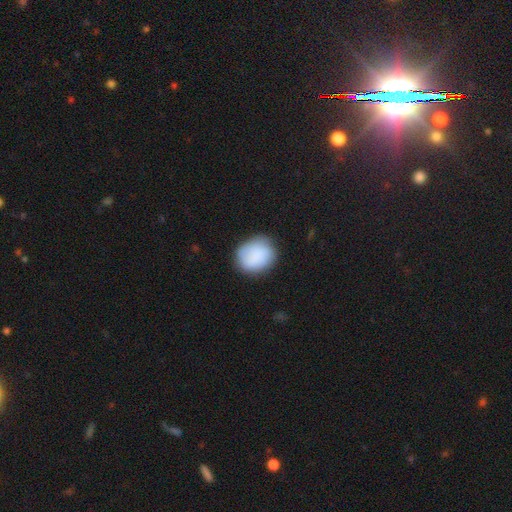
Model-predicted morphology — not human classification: smooth_or_featured: smooth (p=0.82) [alt: featured or disk p=0.11]
how_rounded: round (p=0.69) [alt: in between p=0.30]
merging: none (p=0.75) [alt: minor disturbance p=0.18]